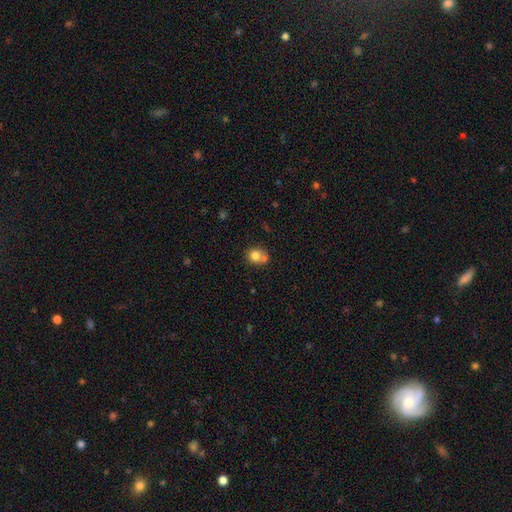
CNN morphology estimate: Smooth or featured? Predicted: smooth (p=0.77). How rounded? Predicted: round (p=0.69). Merging? Predicted: none (p=0.43).